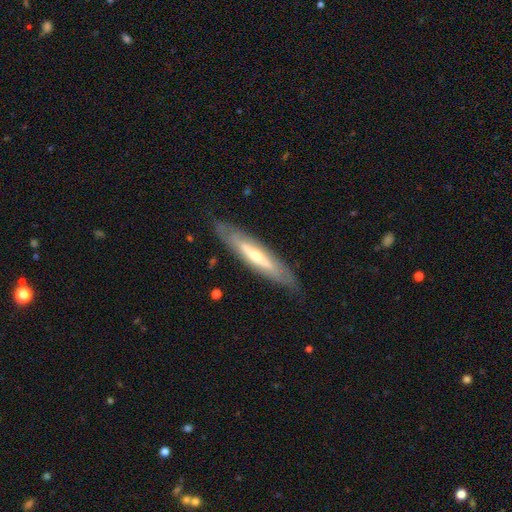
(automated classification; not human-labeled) Q: Smooth or featured?
A: featured or disk (63%); runner-up: smooth (31%)
Q: Edge-on disk?
A: yes (63%); runner-up: no (37%)
Q: Merging?
A: none (81%); runner-up: minor disturbance (14%)